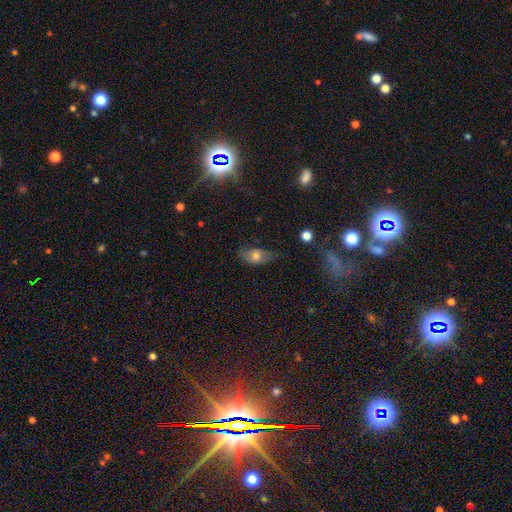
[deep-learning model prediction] Q: Smooth or featured?
A: smooth (71%); runner-up: featured or disk (19%)
Q: How rounded?
A: in between (85%); runner-up: round (11%)
Q: Merging?
A: none (58%); runner-up: minor disturbance (31%)